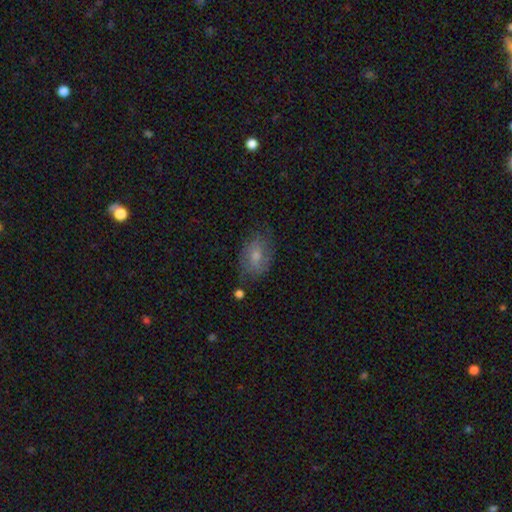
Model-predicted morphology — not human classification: smooth-or-featured: smooth: 47% | featured or disk: 40% | star or artifact: 14%
  merging: none: 72% | minor disturbance: 19% | major disturbance: 6% | merger: 2%